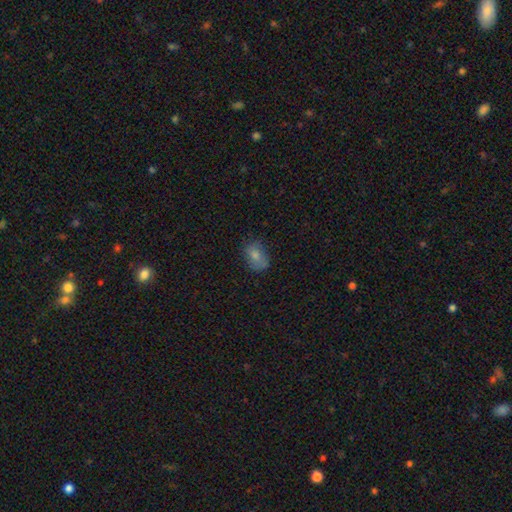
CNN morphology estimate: The model was most divided on "merging": none: 62%, minor disturbance: 27%, major disturbance: 8%, merger: 3%. More confident: how rounded — in between (78%); smooth or featured — smooth (76%).